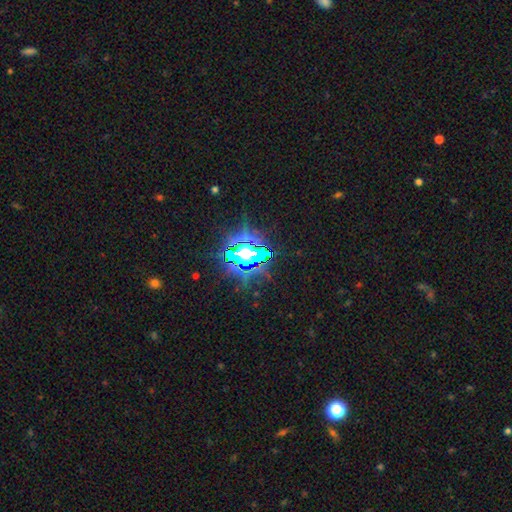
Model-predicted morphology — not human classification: smooth_or_featured: star or artifact (p=0.67) [alt: smooth p=0.17]